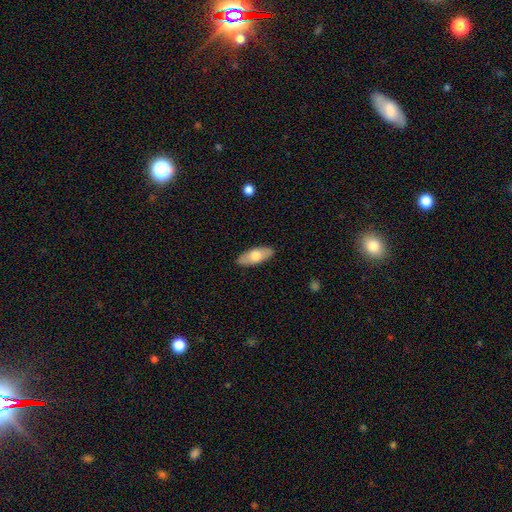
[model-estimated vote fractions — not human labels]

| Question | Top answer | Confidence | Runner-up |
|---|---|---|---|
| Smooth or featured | smooth | 69% | featured or disk (26%) |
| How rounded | in between | 81% | cigar-shaped (17%) |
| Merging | none | 87% | minor disturbance (10%) |